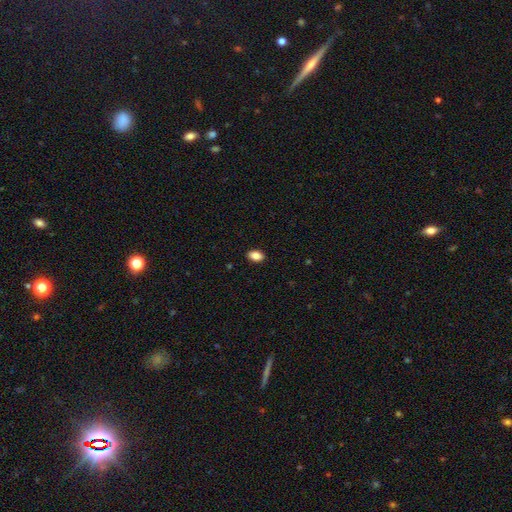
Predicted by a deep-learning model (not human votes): smooth-or-featured: smooth: 87% | star or artifact: 8% | featured or disk: 5%
  how-rounded: in between: 89% | round: 8% | cigar-shaped: 2%
  merging: none: 90% | minor disturbance: 8% | major disturbance: 2% | merger: 1%